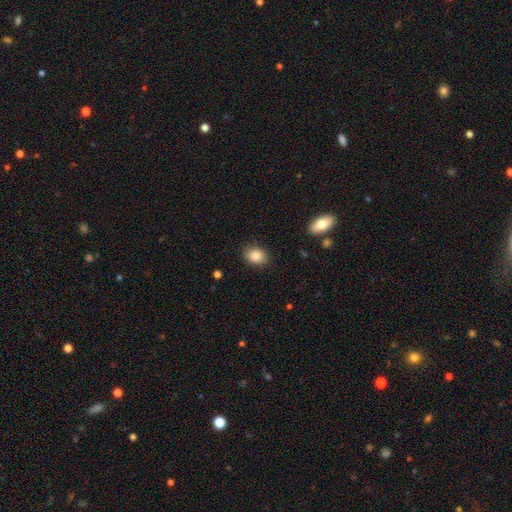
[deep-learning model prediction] Smooth or featured: smooth — 86% (star or artifact — 8%)
How rounded: in between — 71% (round — 28%)
Merging: none — 87% (minor disturbance — 9%)